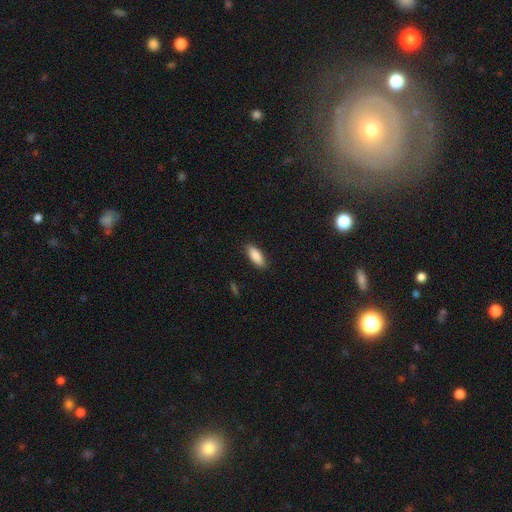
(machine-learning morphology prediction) Overall: smooth (88%). How rounded: in between (76%). Merging: none (87%).